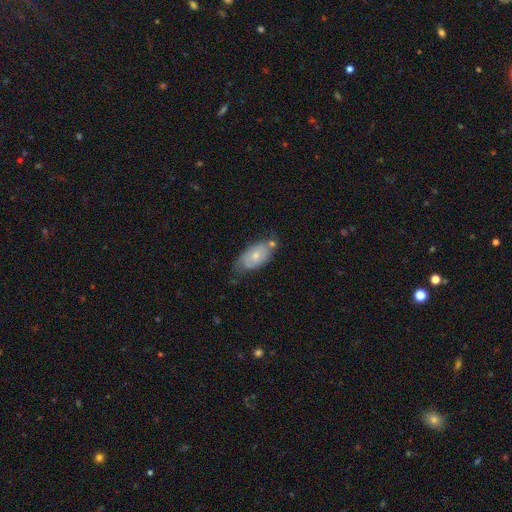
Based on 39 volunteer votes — Q: Smooth or featured?
A: featured or disk (54%); runner-up: smooth (41%)
Q: Edge-on disk?
A: no (95%); runner-up: yes (5%)
Q: Bar?
A: no (80%); runner-up: weak (15%)
Q: Spiral arms?
A: yes (60%); runner-up: no (40%)
Q: Spiral winding?
A: tight (50%); runner-up: medium (33%)
Q: Spiral arm count?
A: can't tell (58%); runner-up: 2 (25%)
Q: Bulge size?
A: moderate (55%); runner-up: small (45%)
Q: Merging?
A: none (38%); runner-up: minor disturbance (27%)